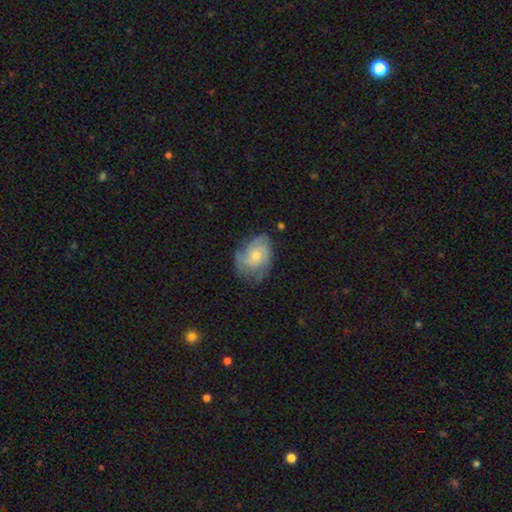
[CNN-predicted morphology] This is possibly a featured or disk galaxy (56%). It is clearly not viewed edge-on (97%). Bar: likely no (78%). Spiral arm pattern: likely yes (79%). Central bulge: possibly small (46%, tied with moderate). Merging: possibly none (60%).